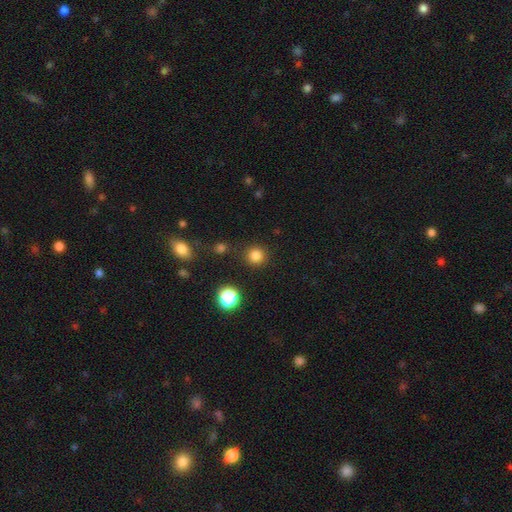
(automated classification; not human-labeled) Smooth or featured?
  - smooth: 81% *
  - star or artifact: 15%
  - featured or disk: 4%
How rounded?
  - round: 93% *
  - in between: 6%
  - cigar-shaped: 1%
Merging?
  - none: 88% *
  - minor disturbance: 7%
  - major disturbance: 3%
  - merger: 3%